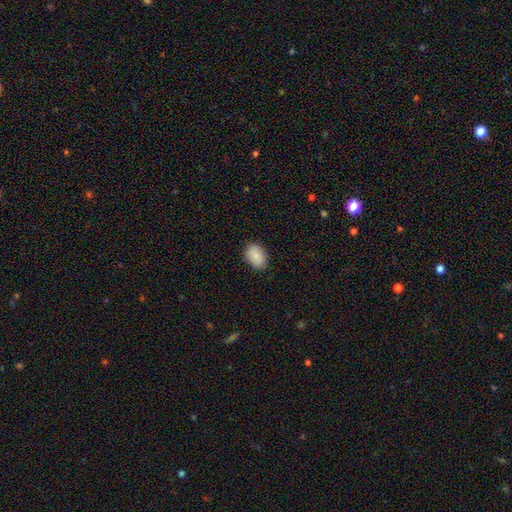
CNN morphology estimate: The model was most divided on "how rounded": in between: 82%, round: 17%, cigar-shaped: 1%. More confident: smooth or featured — smooth (88%); merging — none (87%).